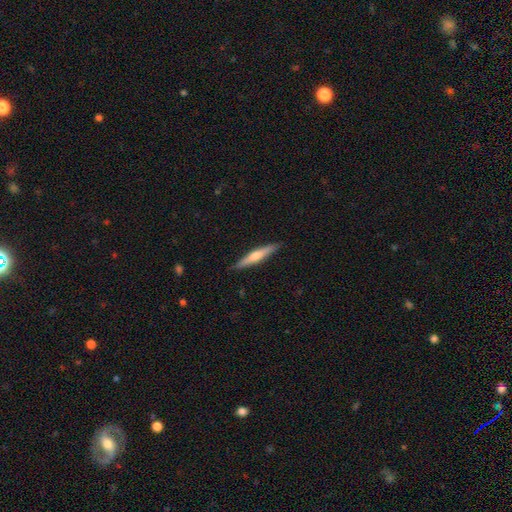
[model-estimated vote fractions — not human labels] featured or disk 52%, smooth 43%, star or artifact 5%. Down the decision tree: edge-on disk — yes (96%); merging — none (91%).